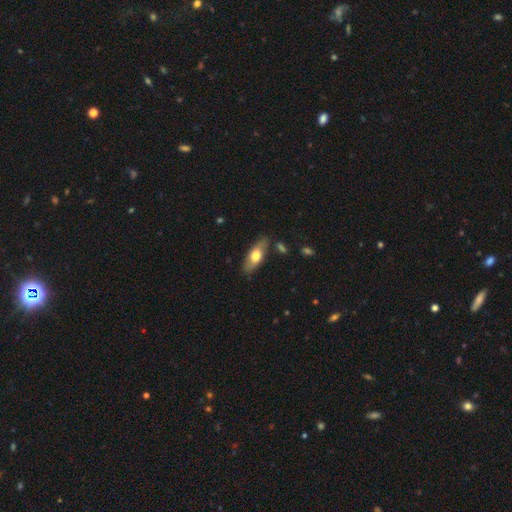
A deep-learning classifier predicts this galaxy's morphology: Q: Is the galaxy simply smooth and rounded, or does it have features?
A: smooth — 62%.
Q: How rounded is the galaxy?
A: in between — 75%.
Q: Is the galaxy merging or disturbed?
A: none — 80%.